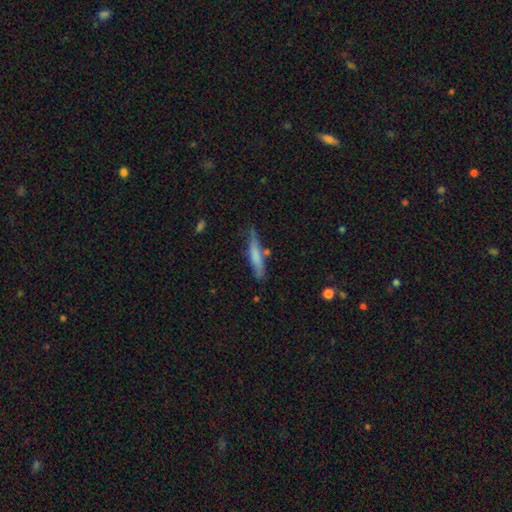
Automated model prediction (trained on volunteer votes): A smooth galaxy with no disk features (66%) that is cigar-shaped (88%). Merging: none (68%).